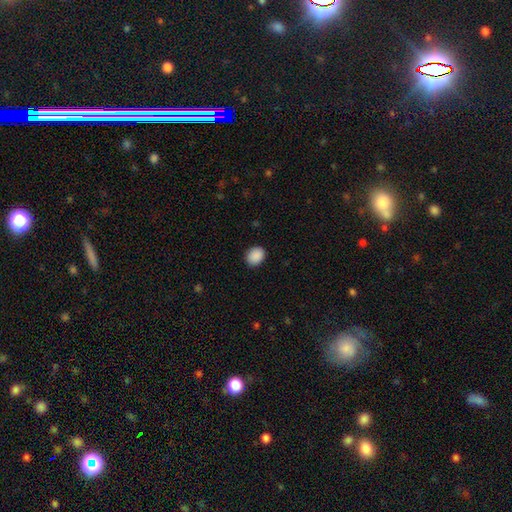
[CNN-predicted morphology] smooth_or_featured: smooth (p=0.90) [alt: star or artifact p=0.07]
how_rounded: round (p=0.51) [alt: in between p=0.48]
merging: none (p=0.88) [alt: minor disturbance p=0.09]